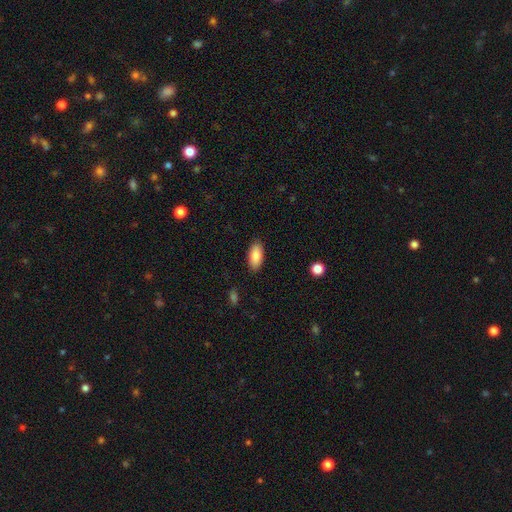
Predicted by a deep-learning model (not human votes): smooth-or-featured: smooth: 88% | star or artifact: 6% | featured or disk: 6%
  how-rounded: in between: 90% | cigar-shaped: 9% | round: 2%
  merging: none: 88% | minor disturbance: 9% | major disturbance: 2% | merger: 1%